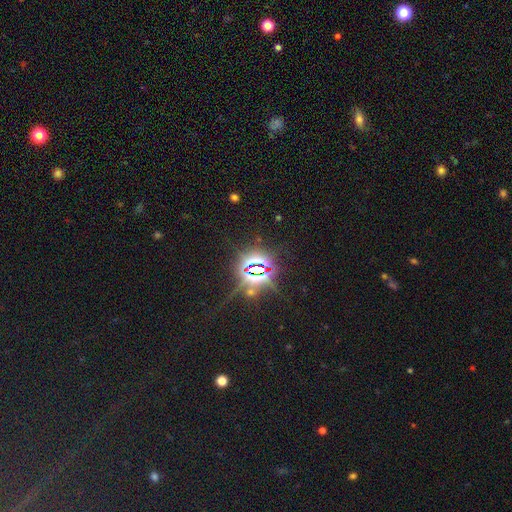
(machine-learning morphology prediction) The model was most divided on "smooth or featured": star or artifact: 83%, smooth: 11%, featured or disk: 7%.